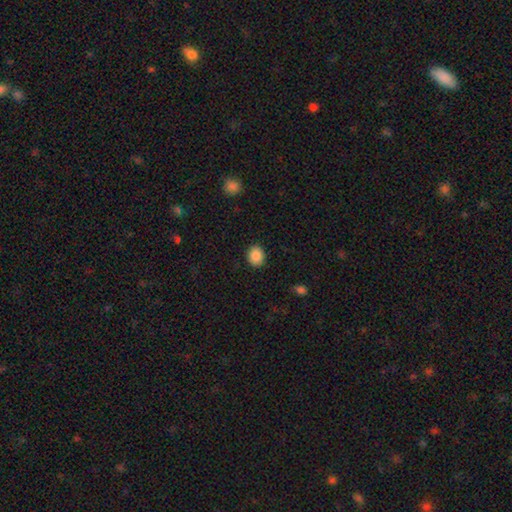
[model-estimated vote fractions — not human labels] Smooth or featured: smooth — 88% (star or artifact — 8%)
How rounded: round — 57% (in between — 42%)
Merging: none — 89% (minor disturbance — 7%)